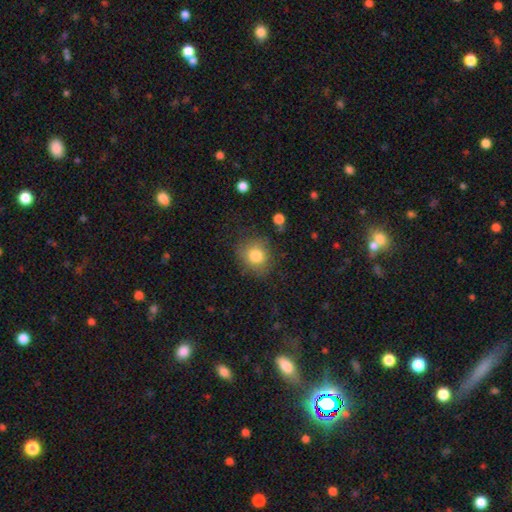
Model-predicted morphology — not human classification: smooth_or_featured: smooth (p=0.81) [alt: star or artifact p=0.10]
how_rounded: round (p=0.76) [alt: in between p=0.23]
merging: none (p=0.76) [alt: minor disturbance p=0.16]